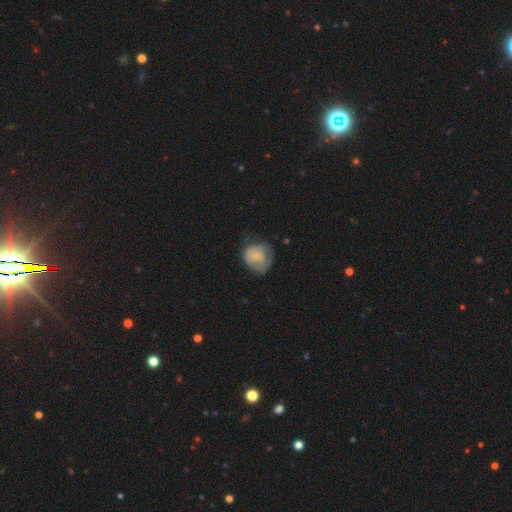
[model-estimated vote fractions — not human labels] Morphology: type=smooth (67%); roundness=round (73%); merging=none (41%).